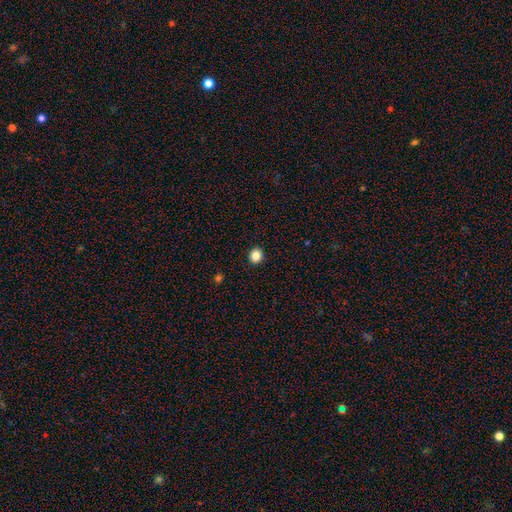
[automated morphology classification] Smooth or featured? Predicted: smooth (p=0.85). How rounded? Predicted: round (p=0.78). Merging? Predicted: none (p=0.92).